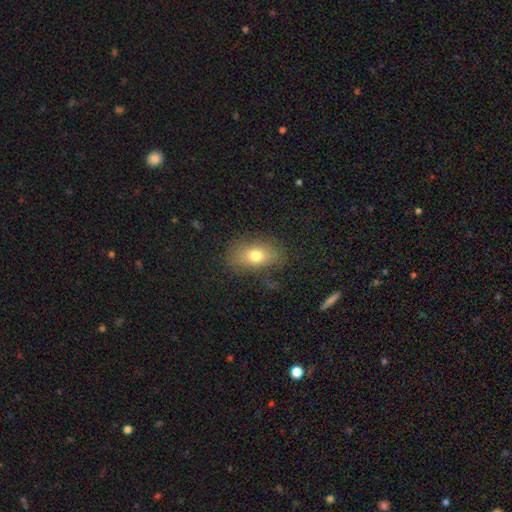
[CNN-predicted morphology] smooth-or-featured: smooth: 74% | featured or disk: 16% | star or artifact: 10%
  how-rounded: in between: 83% | round: 15% | cigar-shaped: 2%
  merging: none: 73% | minor disturbance: 18% | major disturbance: 8% | merger: 2%